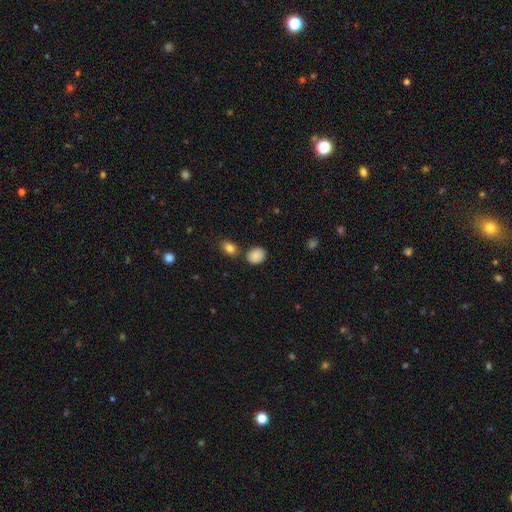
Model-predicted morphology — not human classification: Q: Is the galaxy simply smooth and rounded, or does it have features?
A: smooth — 86%.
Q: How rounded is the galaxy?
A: in between — 51%.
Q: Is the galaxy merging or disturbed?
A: none — 74%.